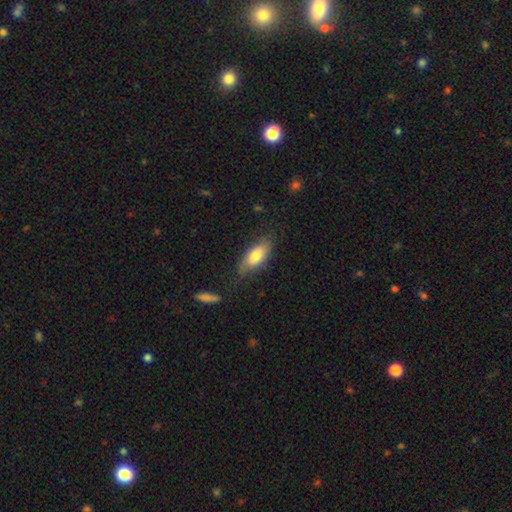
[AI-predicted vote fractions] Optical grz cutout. It shows a smooth galaxy with no disk features (72%) that is in between round and cigar-shaped (82%). Merging: none (69%).